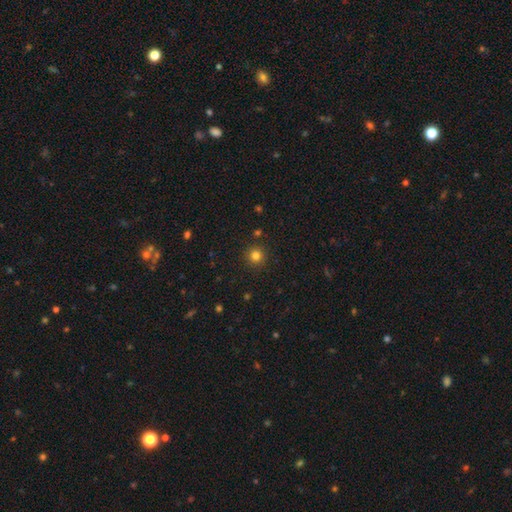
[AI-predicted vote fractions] smooth 81%, star or artifact 14%, featured or disk 5%. Down the decision tree: how rounded — round (95%); merging — none (91%).